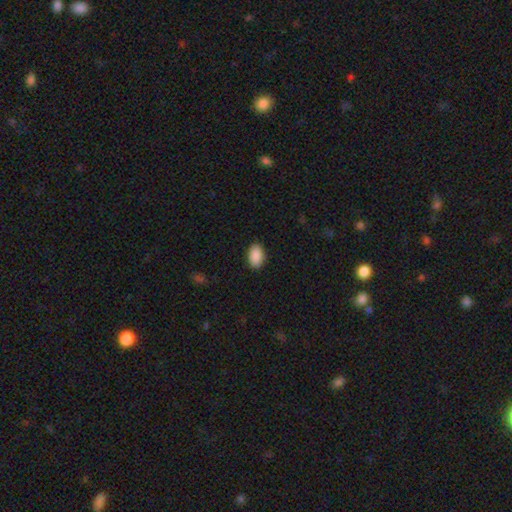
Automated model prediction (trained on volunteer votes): Q: Smooth or featured?
A: smooth (90%); runner-up: star or artifact (7%)
Q: How rounded?
A: in between (93%); runner-up: round (6%)
Q: Merging?
A: none (89%); runner-up: minor disturbance (8%)